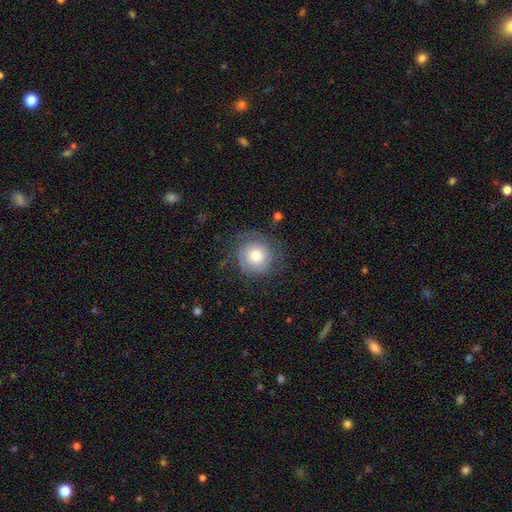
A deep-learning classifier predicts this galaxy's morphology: A smooth galaxy with no disk features (56%) that is round (92%). Merging: none (68%).